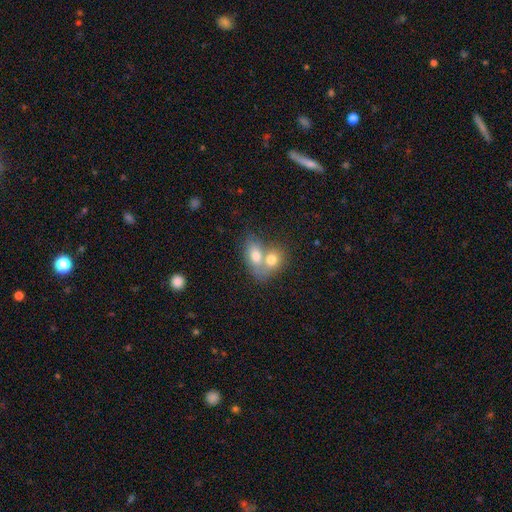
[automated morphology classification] Smooth or featured? Predicted: smooth (p=0.71). How rounded? Predicted: in between (p=0.78). Merging? Predicted: merger (p=0.73).